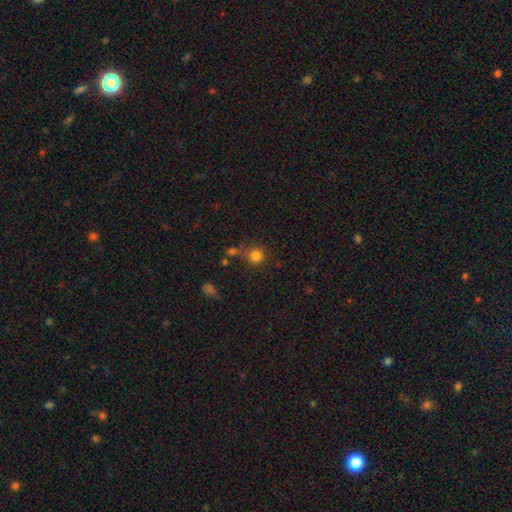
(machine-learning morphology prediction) Overall: smooth (81%). How rounded: round (91%). Merging: none (73%).